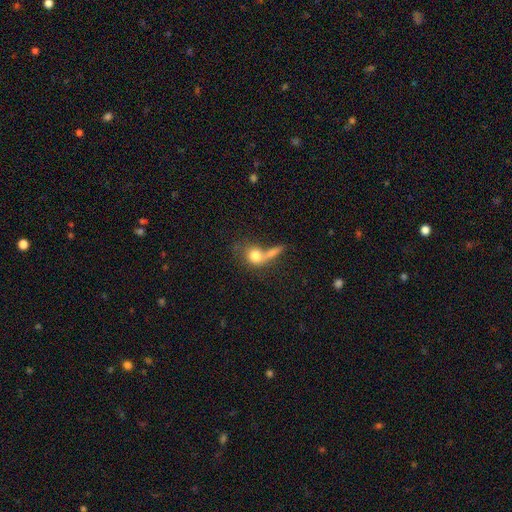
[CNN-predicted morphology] A smooth galaxy with no disk features (75%) that is round (63%).

Vote fractions:
- Smooth or featured? smooth: 75% / featured or disk: 17% / star or artifact: 8%
- How rounded? round: 63% / in between: 32% / cigar-shaped: 5%
- Merging? merger: 47% / none: 29% / major disturbance: 14% / minor disturbance: 11%